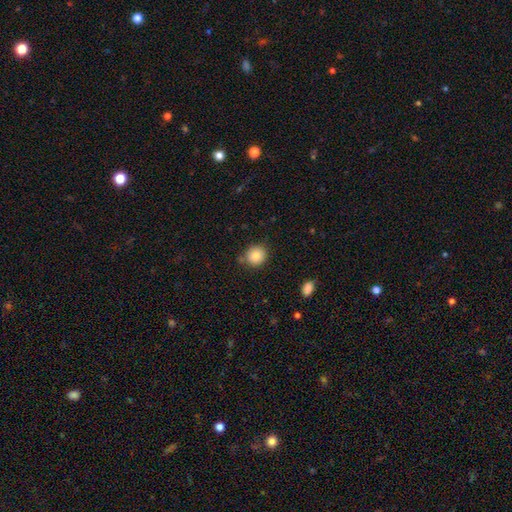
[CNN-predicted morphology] Q: Smooth or featured?
A: smooth (84%); runner-up: star or artifact (10%)
Q: How rounded?
A: round (87%); runner-up: in between (12%)
Q: Merging?
A: none (80%); runner-up: minor disturbance (12%)